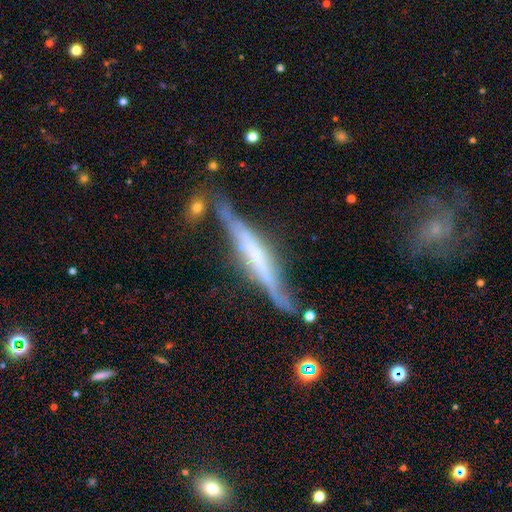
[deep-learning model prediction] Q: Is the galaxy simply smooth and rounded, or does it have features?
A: featured or disk — 71%.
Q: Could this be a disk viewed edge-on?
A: yes — 90%.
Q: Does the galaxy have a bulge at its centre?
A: none — 40%.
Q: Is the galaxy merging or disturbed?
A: none — 60%.